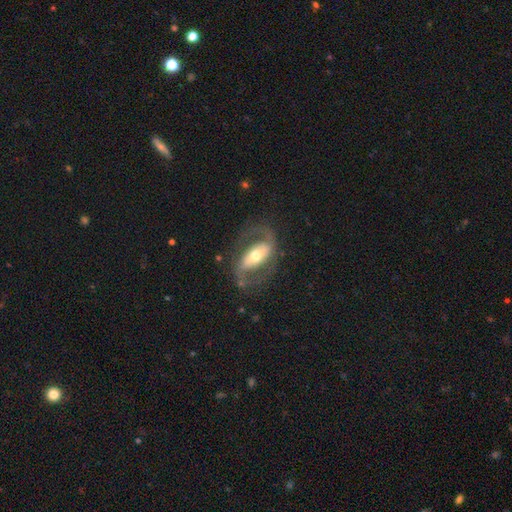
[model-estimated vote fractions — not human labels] This appears to be a featured or disk galaxy (82%) with a strong bar (42%), 2 (90%) medium (49%) spiral arms (84%) and a moderate central bulge (64%). Merging: none (73%).